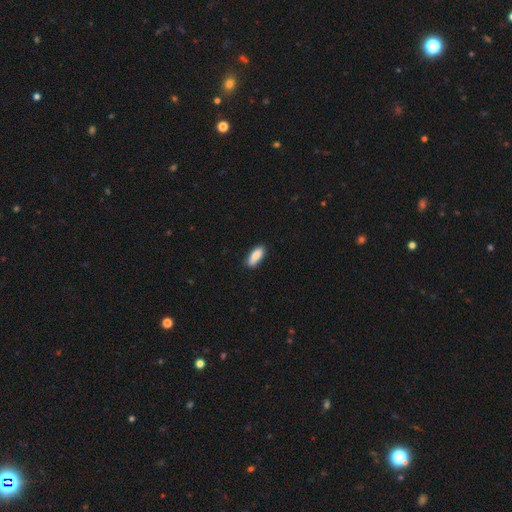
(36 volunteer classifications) Q: Smooth or featured?
A: smooth (89%); runner-up: featured or disk (6%)
Q: How rounded?
A: in between (62%); runner-up: cigar-shaped (31%)
Q: Merging?
A: none (85%); runner-up: minor disturbance (12%)